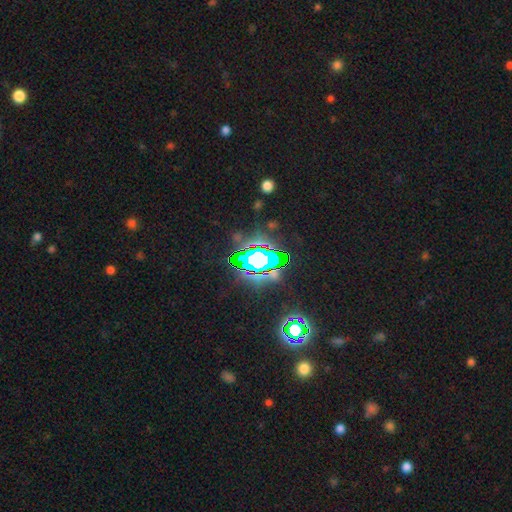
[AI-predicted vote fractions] Morphology: type=star or artifact (69%).